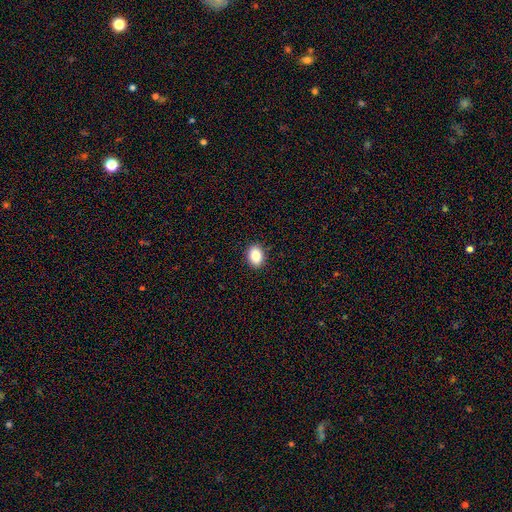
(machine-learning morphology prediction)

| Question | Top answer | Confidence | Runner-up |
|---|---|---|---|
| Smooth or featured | smooth | 86% | star or artifact (8%) |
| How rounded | in between | 72% | round (28%) |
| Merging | none | 91% | minor disturbance (7%) |